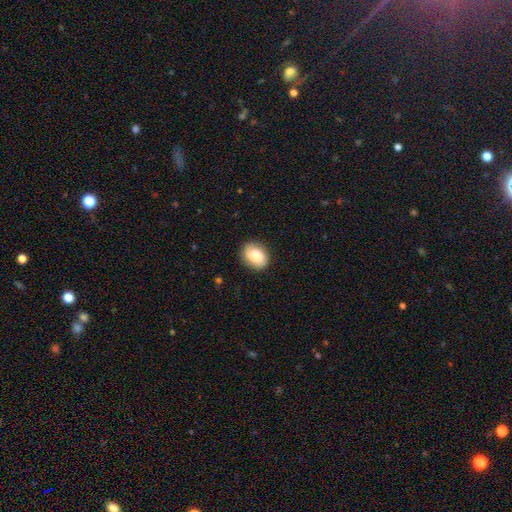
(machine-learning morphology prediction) Smooth or featured? Predicted: smooth (p=0.80). How rounded? Predicted: in between (p=0.71). Merging? Predicted: none (p=0.83).